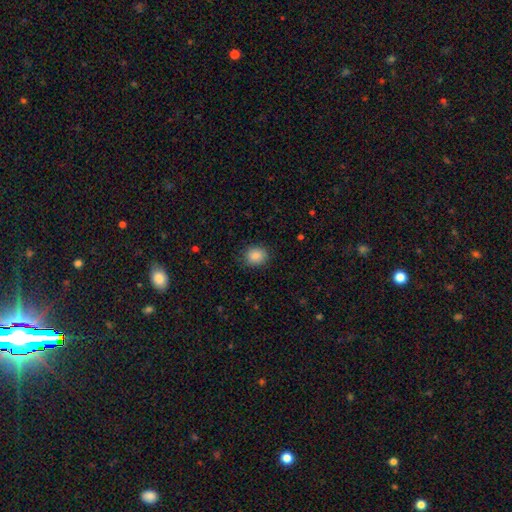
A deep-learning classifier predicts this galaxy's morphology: Overall: smooth (87%). How rounded: round (69%; in between 30%). Merging: none (86%).